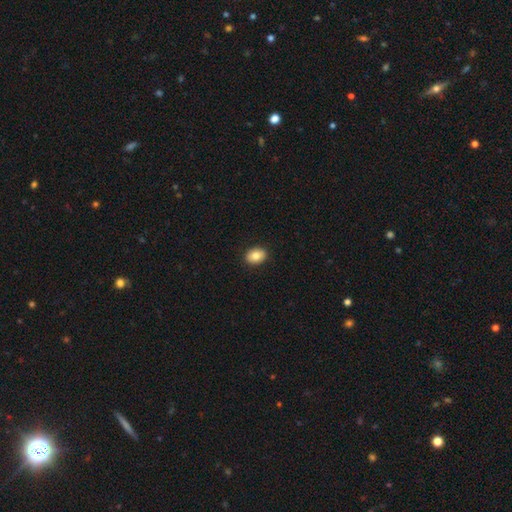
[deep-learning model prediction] A smooth galaxy with no disk features (84%) that is in between round and cigar-shaped (69%).

Vote fractions:
- Smooth or featured? smooth: 84% / star or artifact: 8% / featured or disk: 8%
- How rounded? in between: 69% / round: 30% / cigar-shaped: 1%
- Merging? none: 91% / minor disturbance: 6% / major disturbance: 2% / merger: 1%